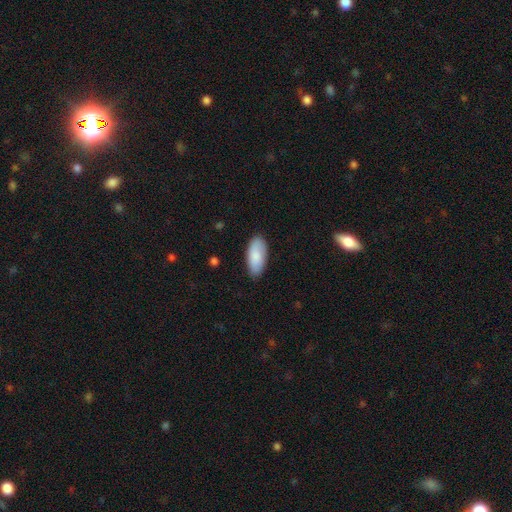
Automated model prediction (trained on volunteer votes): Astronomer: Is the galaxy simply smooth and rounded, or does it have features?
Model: smooth — 86%.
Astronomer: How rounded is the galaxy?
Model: in between — 90%.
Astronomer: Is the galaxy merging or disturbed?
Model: none — 85%.